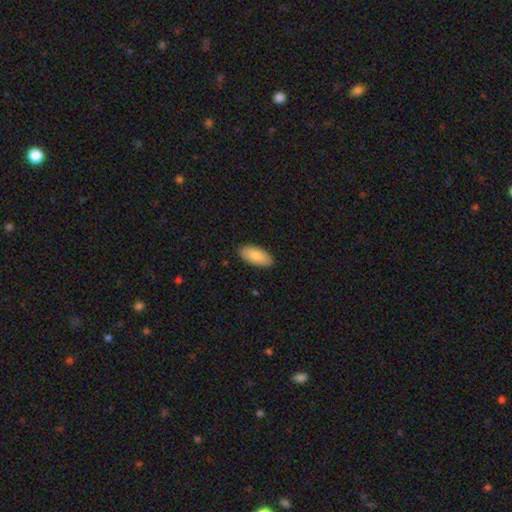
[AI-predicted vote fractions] smooth-or-featured: smooth: 85% | featured or disk: 9% | star or artifact: 6%
  how-rounded: in between: 91% | cigar-shaped: 7% | round: 2%
  merging: none: 88% | minor disturbance: 9% | major disturbance: 2% | merger: 1%